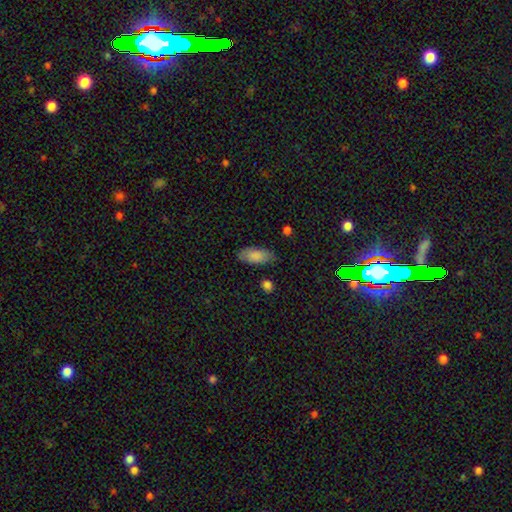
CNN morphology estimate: Q: Smooth or featured?
A: smooth (86%); runner-up: featured or disk (7%)
Q: How rounded?
A: in between (88%); runner-up: cigar-shaped (10%)
Q: Merging?
A: none (80%); runner-up: minor disturbance (15%)